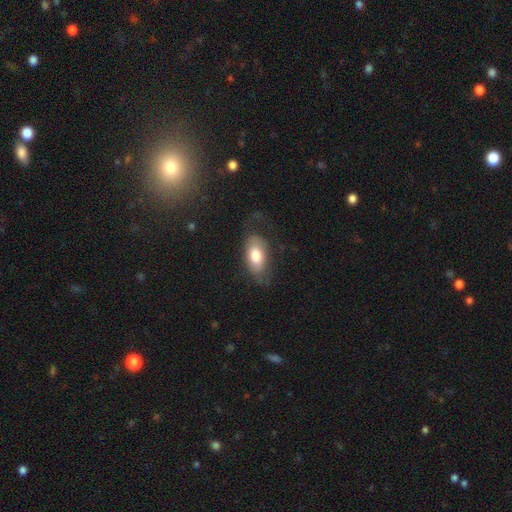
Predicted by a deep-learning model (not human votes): smooth 69%, featured or disk 24%, star or artifact 7%. Down the decision tree: how rounded — in between (91%); merging — none (54%).